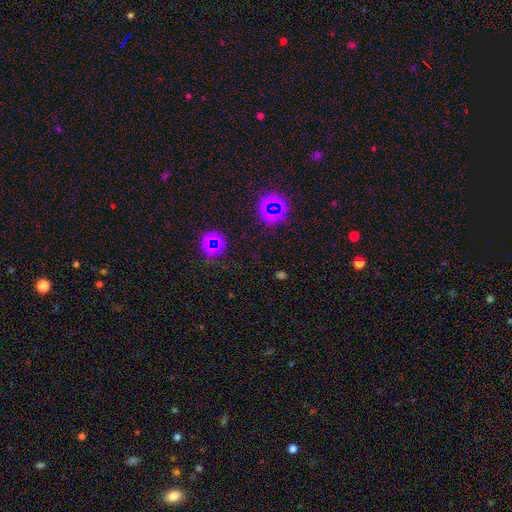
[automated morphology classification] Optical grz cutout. It shows a star or artifact, not a galaxy (64%).